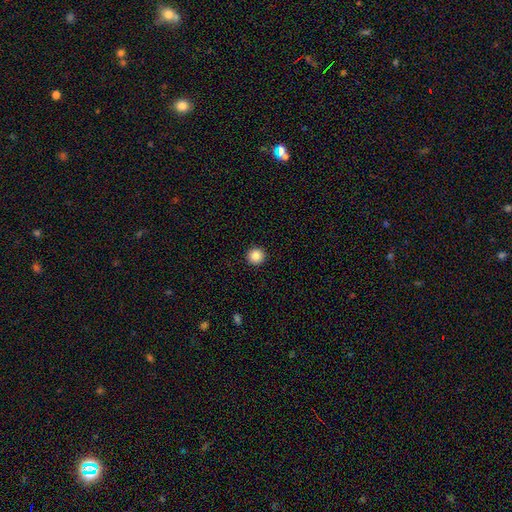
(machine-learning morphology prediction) Q: Smooth or featured?
A: smooth (87%); runner-up: star or artifact (10%)
Q: How rounded?
A: round (96%); runner-up: in between (3%)
Q: Merging?
A: none (93%); runner-up: minor disturbance (4%)